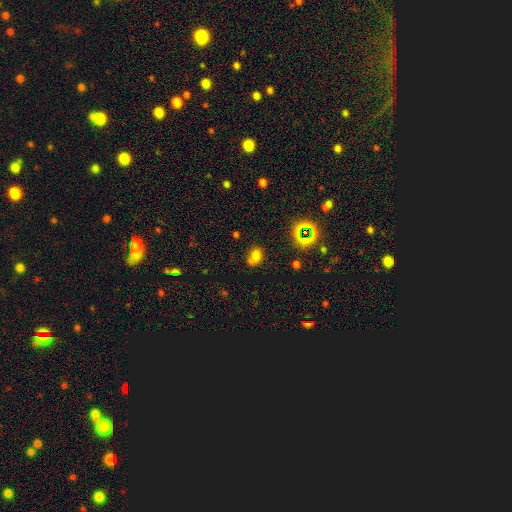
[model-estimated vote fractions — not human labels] The model was most divided on "how rounded": in between: 62%, round: 36%, cigar-shaped: 1%. More confident: smooth or featured — smooth (68%); merging — none (55%).